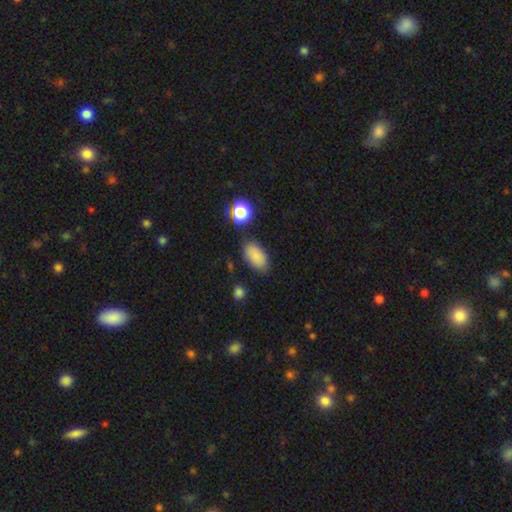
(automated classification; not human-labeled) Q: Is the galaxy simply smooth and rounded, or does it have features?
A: smooth — 84%.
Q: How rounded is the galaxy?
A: in between — 92%.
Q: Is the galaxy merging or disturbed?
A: none — 76%.